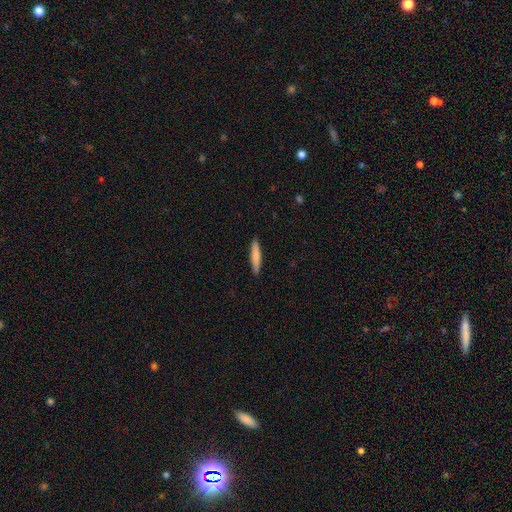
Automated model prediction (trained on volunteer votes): Overall: smooth (78%). How rounded: cigar-shaped (89%). Merging: none (90%).